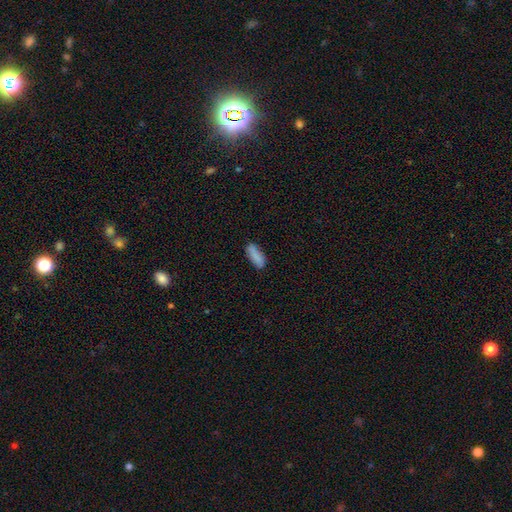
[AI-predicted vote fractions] This appears to be a smooth galaxy with no disk features (86%) that is in between round and cigar-shaped (73%). Merging: none (79%).